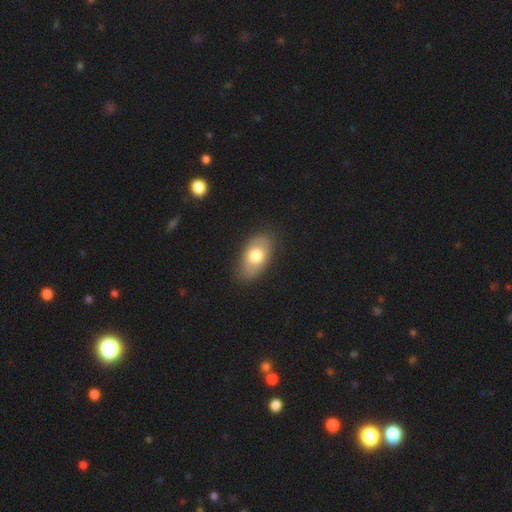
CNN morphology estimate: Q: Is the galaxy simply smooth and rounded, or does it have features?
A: smooth — 70%.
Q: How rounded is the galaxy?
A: in between — 91%.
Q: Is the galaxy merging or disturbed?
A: none — 83%.